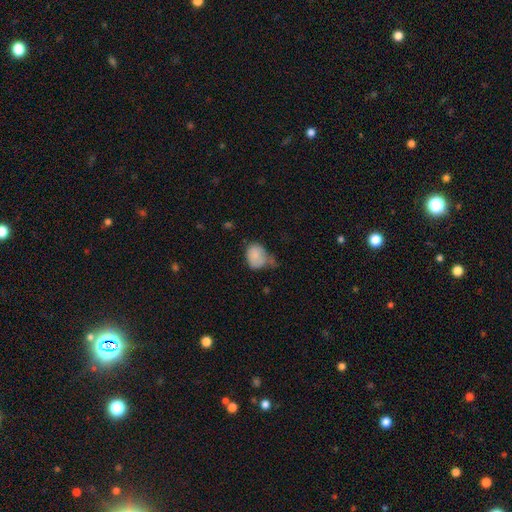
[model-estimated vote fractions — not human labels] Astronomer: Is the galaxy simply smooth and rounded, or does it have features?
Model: smooth — 80%.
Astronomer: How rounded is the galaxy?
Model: in between — 56% (runner-up: round, 43%).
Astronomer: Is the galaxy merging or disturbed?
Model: minor disturbance — 38% (runner-up: none, 35%).